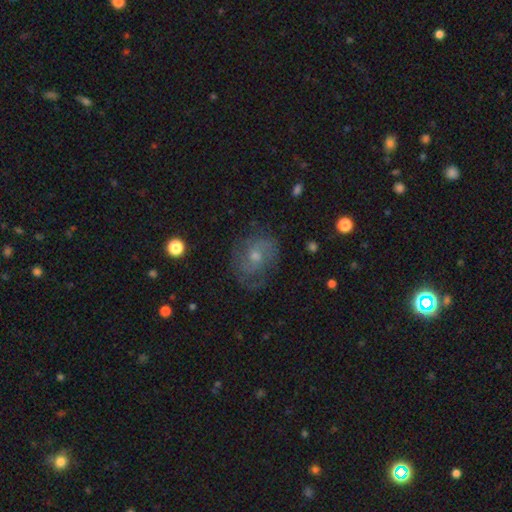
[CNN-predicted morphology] featured or disk 70%, smooth 19%, star or artifact 11%. Down the decision tree: edge-on disk — no (97%); bar — no (63%); spiral arms — yes (88%); spiral arm count — 2 (55%); spiral winding — medium (44%); bulge size — small (48%); merging — none (71%).